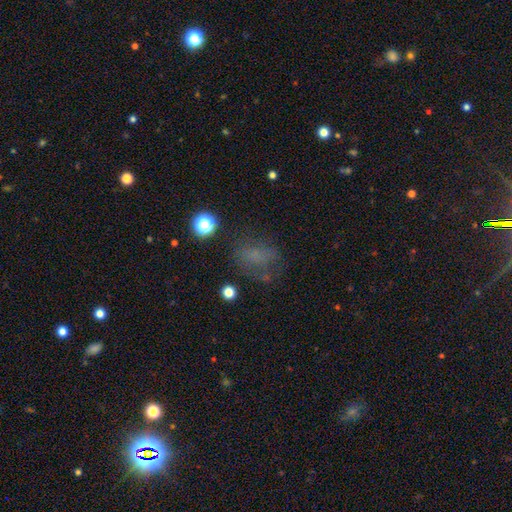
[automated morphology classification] smooth 51%, star or artifact 27%, featured or disk 21%. Down the decision tree: how rounded — in between (63%); merging — none (53%).